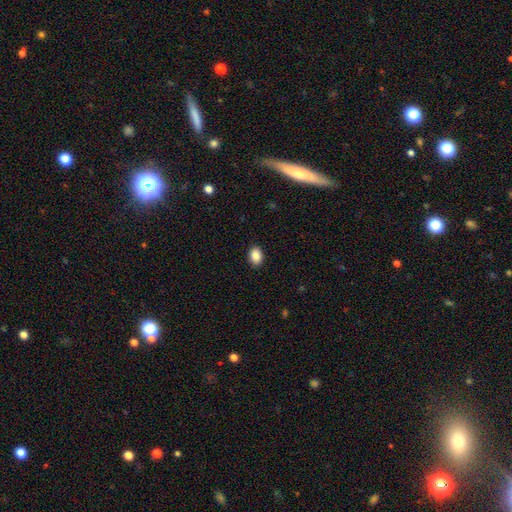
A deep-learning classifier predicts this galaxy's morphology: Smooth or featured? smooth (88%)
How rounded? in between (74%)
Merging? none (90%)